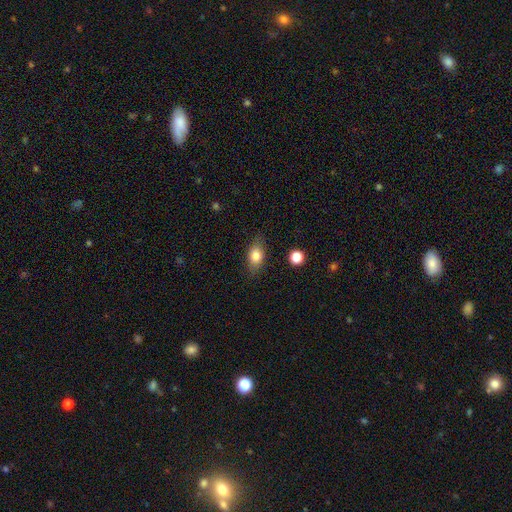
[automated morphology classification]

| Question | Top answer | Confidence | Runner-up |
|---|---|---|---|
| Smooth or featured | smooth | 80% | featured or disk (12%) |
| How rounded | in between | 80% | round (16%) |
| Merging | none | 81% | minor disturbance (14%) |